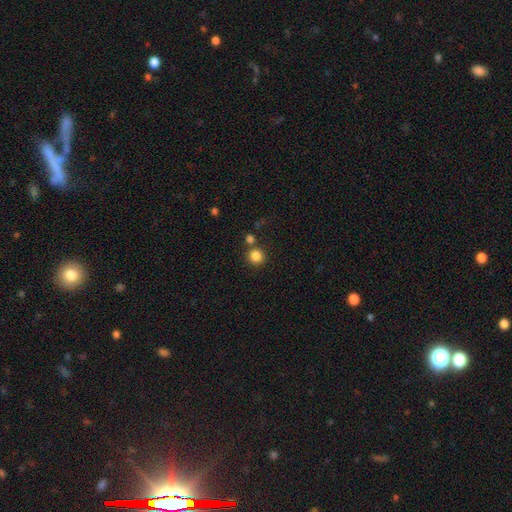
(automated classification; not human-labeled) Smooth or featured?
  - smooth: 84% *
  - star or artifact: 12%
  - featured or disk: 4%
How rounded?
  - round: 92% *
  - in between: 7%
  - cigar-shaped: 1%
Merging?
  - none: 76% *
  - merger: 14%
  - minor disturbance: 8%
  - major disturbance: 3%